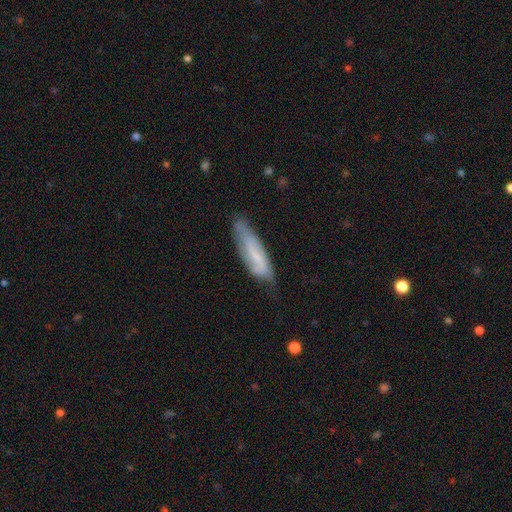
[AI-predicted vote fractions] smooth_or_featured: featured or disk (p=0.53) [alt: smooth p=0.40]
disk_edge_on: no (p=0.75) [alt: yes p=0.25]
merging: none (p=0.57) [alt: minor disturbance p=0.31]